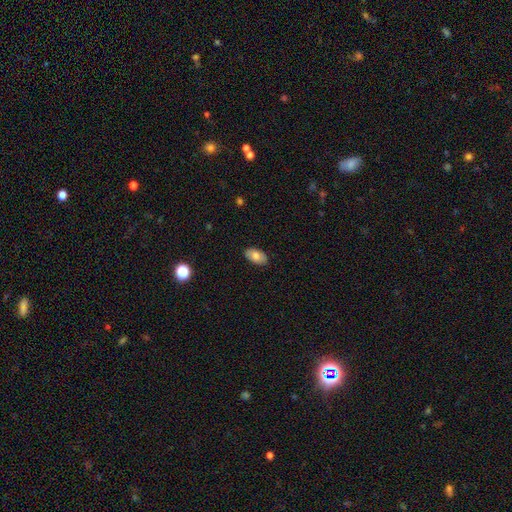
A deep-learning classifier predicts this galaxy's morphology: Smooth or featured?
  - smooth: 76% *
  - featured or disk: 17%
  - star or artifact: 7%
How rounded?
  - in between: 94% *
  - round: 5%
  - cigar-shaped: 2%
Merging?
  - none: 87% *
  - minor disturbance: 10%
  - major disturbance: 2%
  - merger: 1%